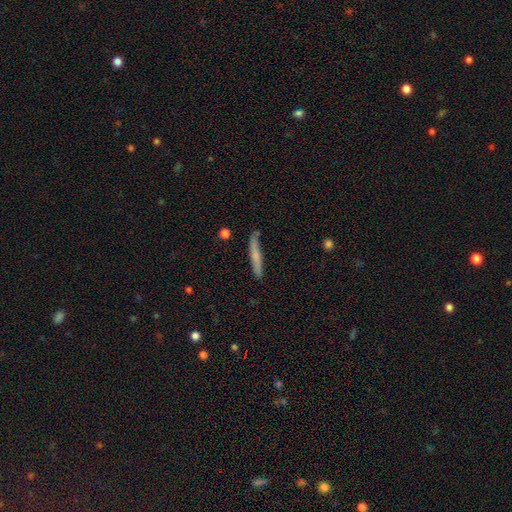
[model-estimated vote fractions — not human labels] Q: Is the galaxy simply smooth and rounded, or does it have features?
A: smooth — 57%.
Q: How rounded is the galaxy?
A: cigar-shaped — 95%.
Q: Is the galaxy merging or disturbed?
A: none — 81%.